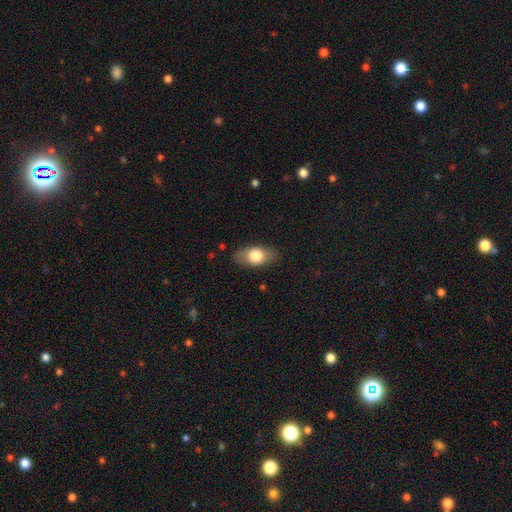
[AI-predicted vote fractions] A smooth galaxy with no disk features (74%) that is in between round and cigar-shaped (87%). Merging: none (83%).